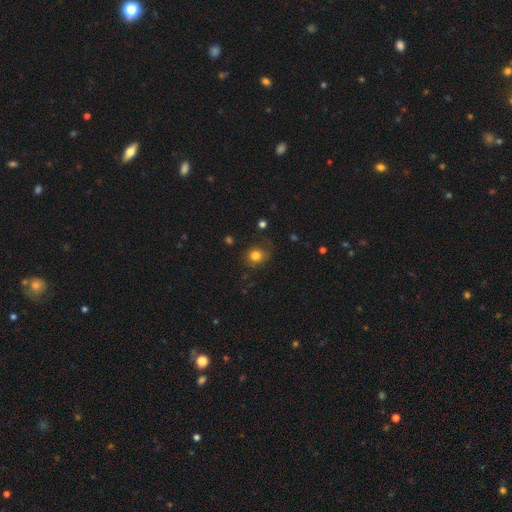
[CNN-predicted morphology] Smooth or featured: smooth — 80% (star or artifact — 12%)
How rounded: round — 73% (in between — 26%)
Merging: none — 72% (minor disturbance — 19%)